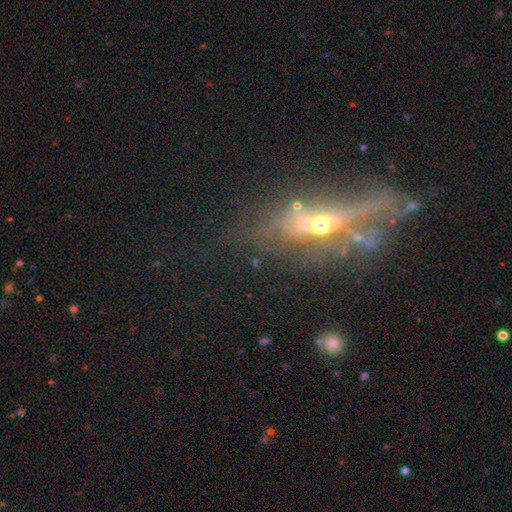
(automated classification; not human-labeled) Morphology: type=featured or disk (64%); edge-on=yes (67%); merging=none (49%).